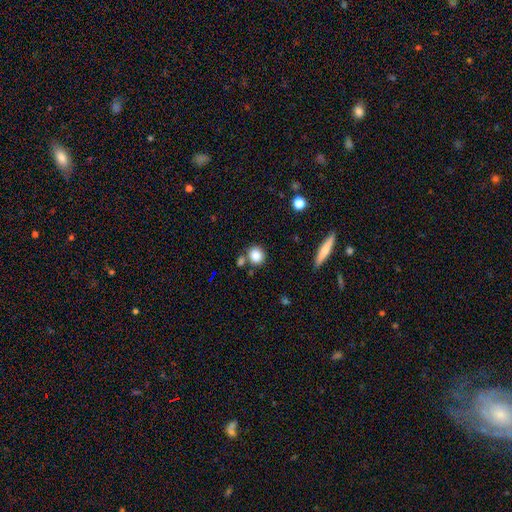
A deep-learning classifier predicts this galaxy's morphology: type=smooth (84%); roundness=round (78%); merging=none (73%).